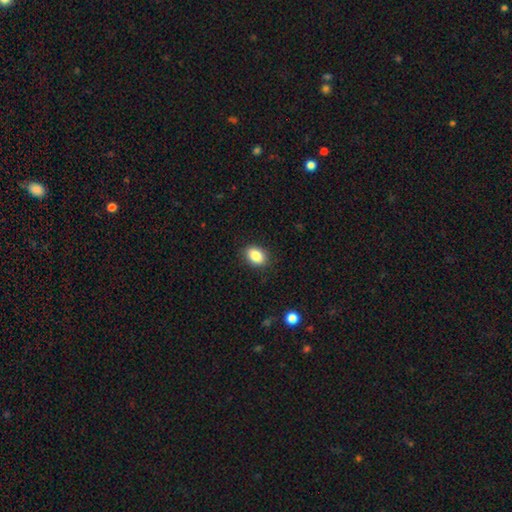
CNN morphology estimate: This is clearly a smooth galaxy (86%). How rounded: likely in between (75%). Merging: clearly none (89%).